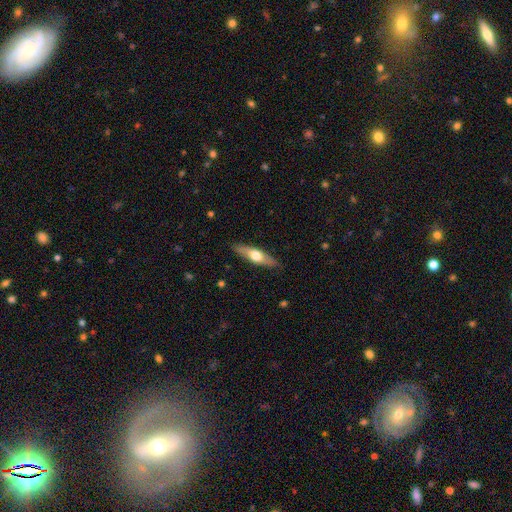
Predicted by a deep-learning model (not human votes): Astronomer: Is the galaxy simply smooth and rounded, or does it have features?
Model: smooth — 48% (runner-up: featured or disk, 46%).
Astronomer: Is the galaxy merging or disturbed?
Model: none — 87%.